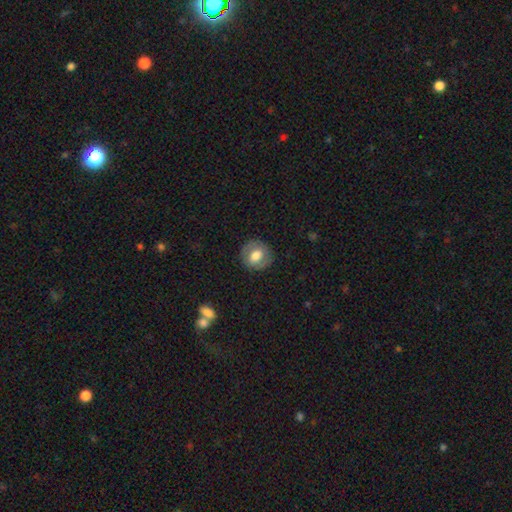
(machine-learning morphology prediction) smooth 66%, featured or disk 27%, star or artifact 8%. Down the decision tree: how rounded — round (76%); merging — none (85%).